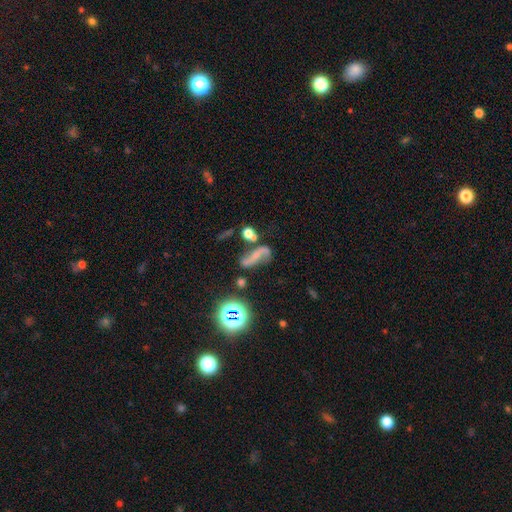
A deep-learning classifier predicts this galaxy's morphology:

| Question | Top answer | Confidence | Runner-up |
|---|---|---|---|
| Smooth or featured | featured or disk | 67% | smooth (18%) |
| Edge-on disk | no | 93% | yes (7%) |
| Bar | no | 42% | strong (29%) |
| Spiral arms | yes | 89% | no (11%) |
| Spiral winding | loose | 81% | medium (15%) |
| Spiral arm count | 2 | 89% | 1 (5%) |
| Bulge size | small | 50% | none (27%) |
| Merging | none | 54% | minor disturbance (18%) |